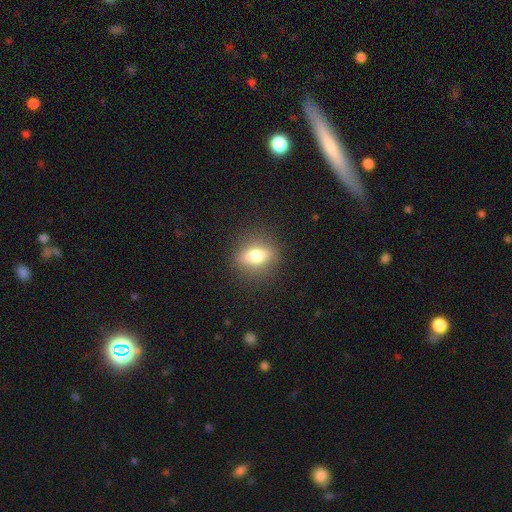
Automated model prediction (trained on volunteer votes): A smooth galaxy with no disk features (66%) that is in between round and cigar-shaped (58%).

Vote fractions:
- Smooth or featured? smooth: 66% / featured or disk: 23% / star or artifact: 10%
- How rounded? in between: 58% / round: 34% / cigar-shaped: 8%
- Merging? none: 86% / minor disturbance: 9% / major disturbance: 3% / merger: 1%